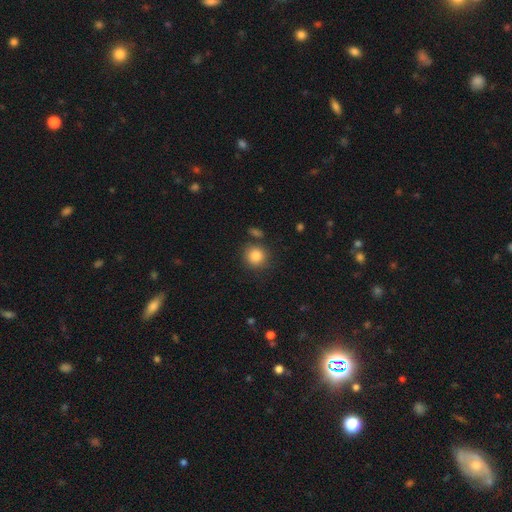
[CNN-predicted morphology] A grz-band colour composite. It shows a smooth galaxy with no disk features (84%) that is round (90%). Merging: none (80%).